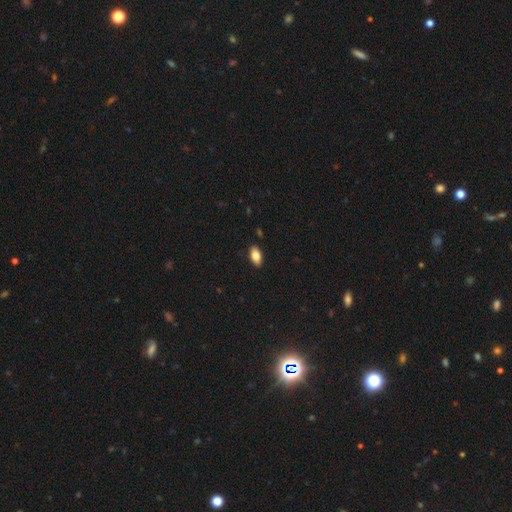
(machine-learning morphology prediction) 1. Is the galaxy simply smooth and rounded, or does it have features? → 81% smooth, 12% featured or disk, 7% star or artifact.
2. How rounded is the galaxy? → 92% in between, 4% cigar-shaped, 4% round.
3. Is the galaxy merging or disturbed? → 89% none, 9% minor disturbance, 2% major disturbance, 1% merger.